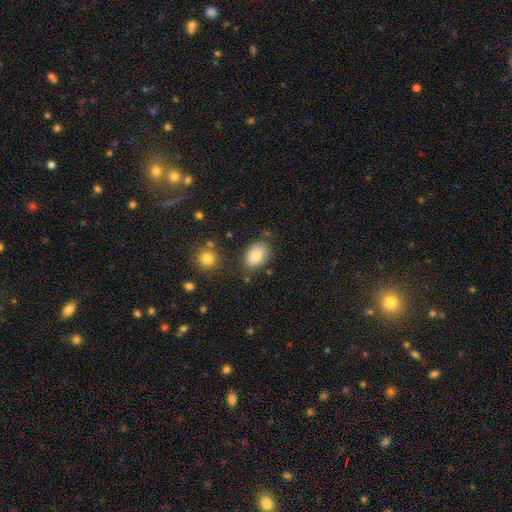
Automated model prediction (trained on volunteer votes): Overall: smooth (84%). How rounded: in between (85%). Merging: none (76%).